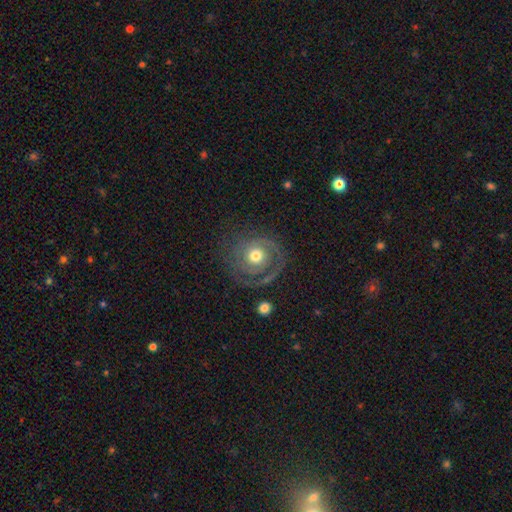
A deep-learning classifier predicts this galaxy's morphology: smooth_or_featured: featured or disk (p=0.73) [alt: smooth p=0.20]
disk_edge_on: no (p=0.97) [alt: yes p=0.03]
bar: no (p=0.83) [alt: weak p=0.14]
has_spiral_arms: yes (p=0.85) [alt: no p=0.15]
spiral_winding: tight (p=0.63) [alt: medium p=0.26]
spiral_arm_count: 2 (p=0.34) [alt: 1 p=0.32]
bulge_size: moderate (p=0.71) [alt: small p=0.14]
merging: none (p=0.67) [alt: minor disturbance p=0.16]